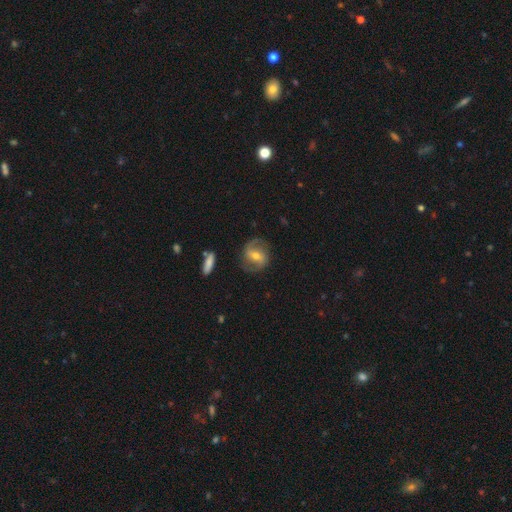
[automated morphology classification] smooth-or-featured: featured or disk: 72% | smooth: 22% | star or artifact: 7%
  disk-edge-on: no: 96% | yes: 4%
    bar: weak: 43% | strong: 35% | no: 22%
    has-spiral-arms: yes: 88% | no: 12%
      spiral-winding: medium: 48% | loose: 30% | tight: 22%
      spiral-arm-count: 2: 88% | can't tell: 6% | 1: 3% | 3: 1% | 4: 1% | more than 4: 1%
    bulge-size: moderate: 60% | small: 34% | large: 4% | none: 2% | dominant: 1%
  merging: none: 79% | minor disturbance: 14% | major disturbance: 6% | merger: 2%